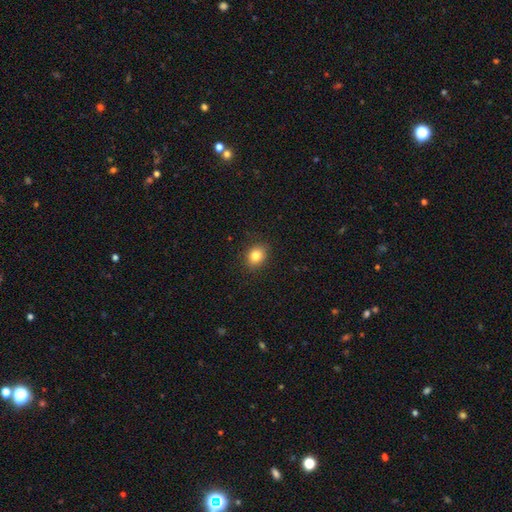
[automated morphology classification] Smooth or featured?
  - smooth: 83% *
  - star or artifact: 11%
  - featured or disk: 7%
How rounded?
  - round: 57% *
  - in between: 42%
  - cigar-shaped: 1%
Merging?
  - none: 90% *
  - minor disturbance: 7%
  - major disturbance: 2%
  - merger: 1%